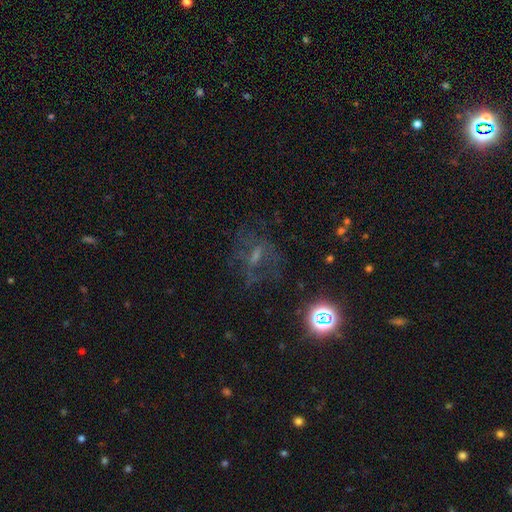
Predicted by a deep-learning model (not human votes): Morphology: type=featured or disk (44%); merging=none (60%).